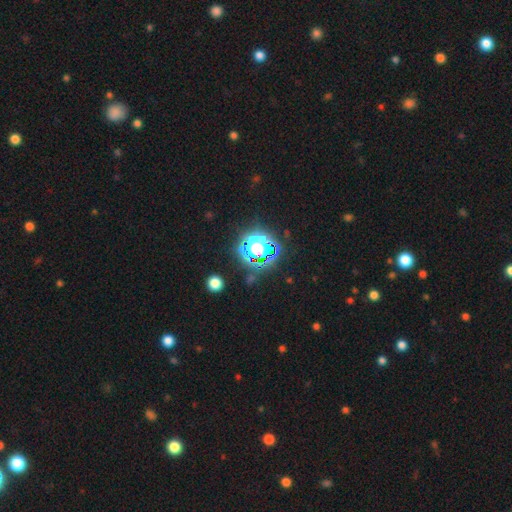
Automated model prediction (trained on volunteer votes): Morphology: type=star or artifact (64%).